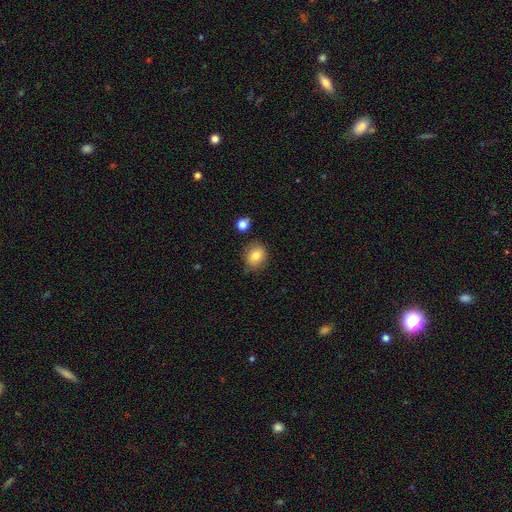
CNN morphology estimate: Smooth or featured? Predicted: smooth (p=0.81). How rounded? Predicted: round (p=0.68). Merging? Predicted: none (p=0.78).